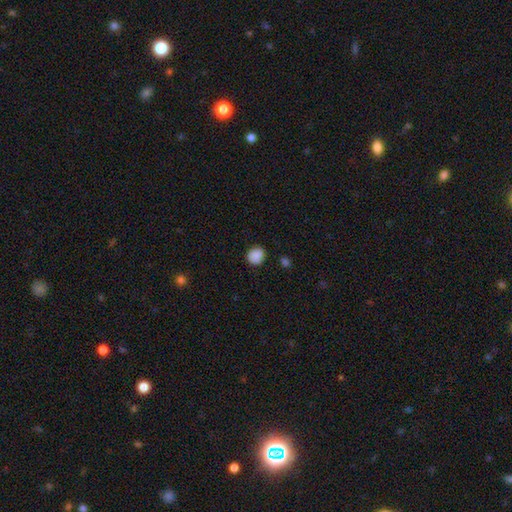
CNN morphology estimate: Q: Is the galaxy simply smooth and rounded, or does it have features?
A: smooth — 88%.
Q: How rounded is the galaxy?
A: round — 80%.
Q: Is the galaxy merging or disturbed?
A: none — 86%.